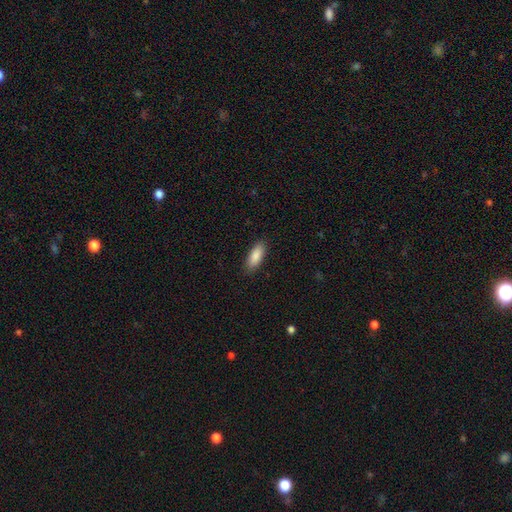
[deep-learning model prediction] Smooth or featured? smooth (88%)
How rounded? in between (76%)
Merging? none (88%)